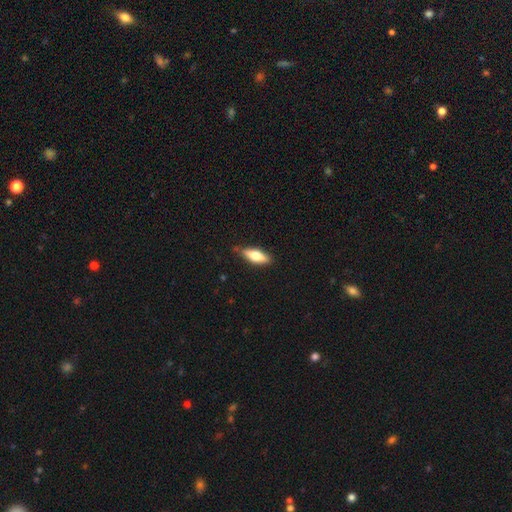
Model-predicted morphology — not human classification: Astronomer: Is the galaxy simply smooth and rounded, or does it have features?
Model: smooth — 68%.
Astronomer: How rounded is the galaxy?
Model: in between — 63%.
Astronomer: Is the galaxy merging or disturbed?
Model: none — 81%.